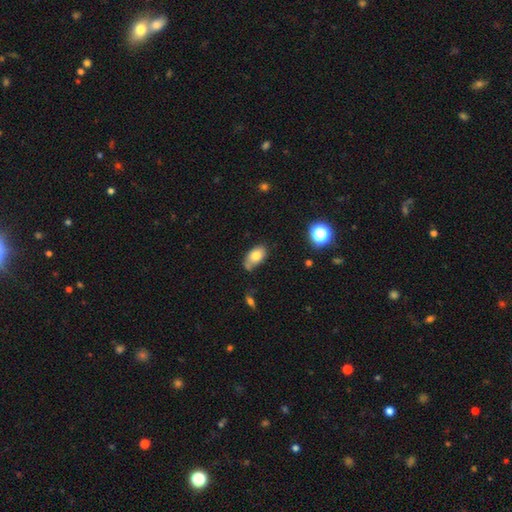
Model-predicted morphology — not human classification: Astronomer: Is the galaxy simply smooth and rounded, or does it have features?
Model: smooth — 77%.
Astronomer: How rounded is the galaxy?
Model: in between — 91%.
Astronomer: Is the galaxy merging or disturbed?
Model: none — 55%.